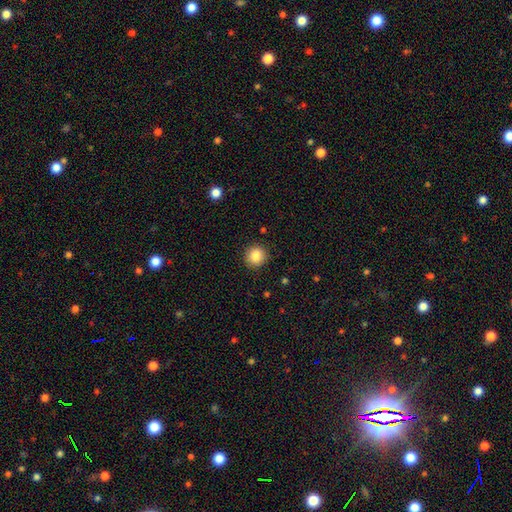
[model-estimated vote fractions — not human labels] smooth 86%, star or artifact 9%, featured or disk 4%. Down the decision tree: how rounded — round (93%); merging — none (91%).